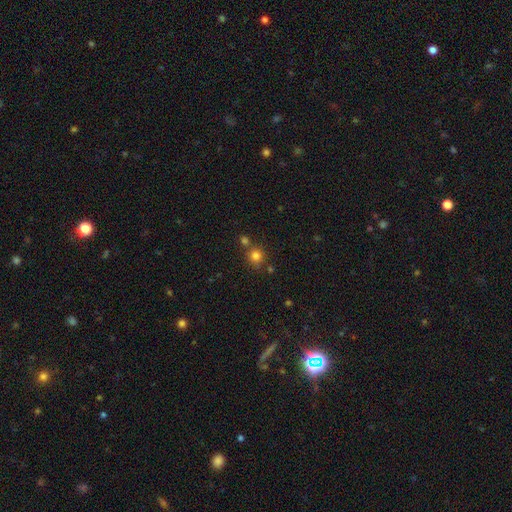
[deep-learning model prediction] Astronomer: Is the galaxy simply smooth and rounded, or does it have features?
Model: smooth — 79%.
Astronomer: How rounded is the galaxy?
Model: round — 91%.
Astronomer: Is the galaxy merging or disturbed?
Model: none — 69%.